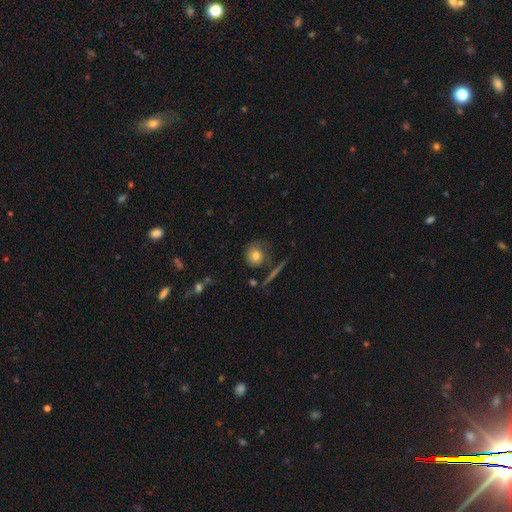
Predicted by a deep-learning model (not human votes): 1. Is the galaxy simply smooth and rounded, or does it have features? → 72% smooth, 18% featured or disk, 10% star or artifact.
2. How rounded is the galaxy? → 85% round, 13% in between, 2% cigar-shaped.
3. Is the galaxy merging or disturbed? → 70% none, 17% minor disturbance, 7% major disturbance, 7% merger.